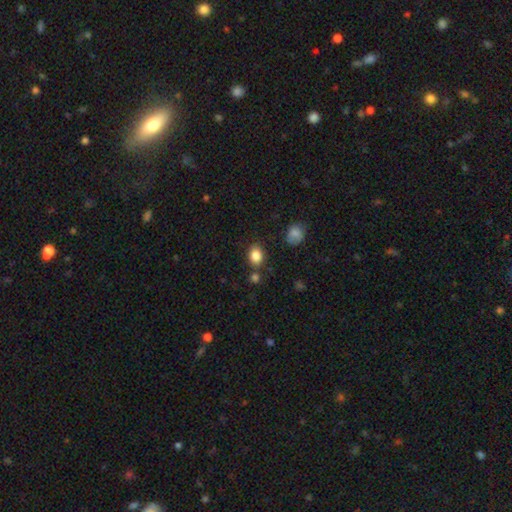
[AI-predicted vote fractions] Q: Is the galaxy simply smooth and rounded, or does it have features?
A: smooth — 85%.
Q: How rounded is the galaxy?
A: in between — 61%.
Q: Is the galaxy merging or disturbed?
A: none — 76%.